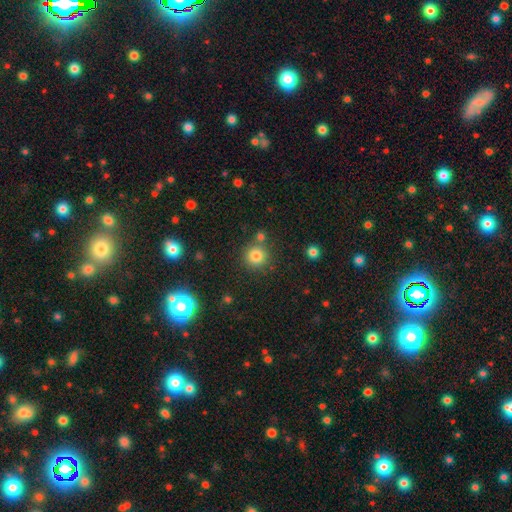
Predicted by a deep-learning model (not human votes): A smooth galaxy with no disk features (80%) that is round (93%). Merging: none (78%).